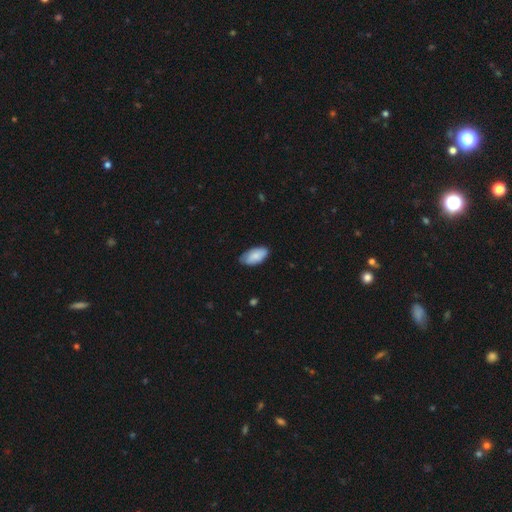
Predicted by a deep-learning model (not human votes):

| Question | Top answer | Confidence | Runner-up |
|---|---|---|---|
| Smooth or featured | smooth | 82% | featured or disk (12%) |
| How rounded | in between | 94% | cigar-shaped (4%) |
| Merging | none | 73% | minor disturbance (23%) |